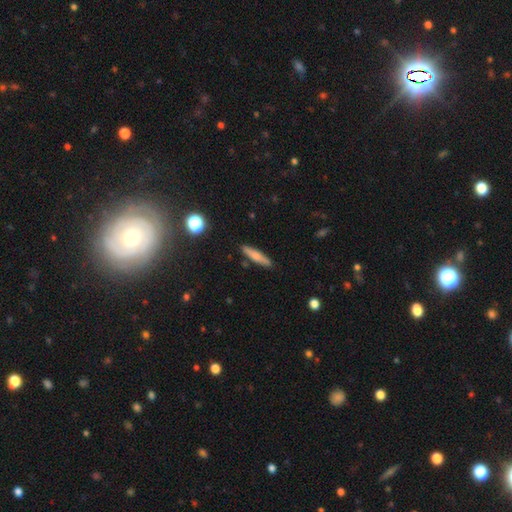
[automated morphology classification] A smooth galaxy with no disk features (66%) that is cigar-shaped (85%).

Vote fractions:
- Smooth or featured? smooth: 66% / featured or disk: 27% / star or artifact: 8%
- How rounded? cigar-shaped: 85% / in between: 13% / round: 2%
- Merging? none: 87% / minor disturbance: 9% / merger: 2% / major disturbance: 2%